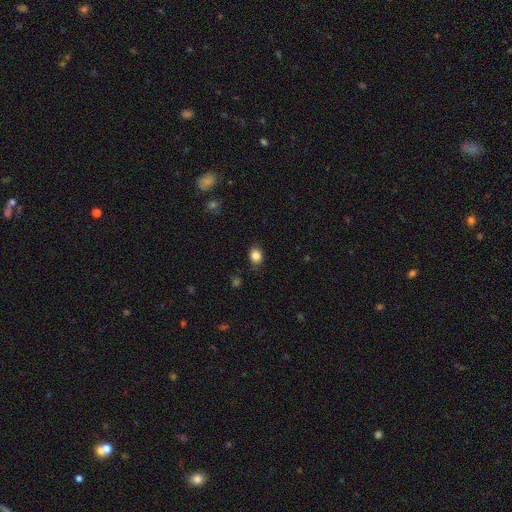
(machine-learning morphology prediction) smooth_or_featured: smooth (p=0.85) [alt: star or artifact p=0.10]
how_rounded: round (p=0.55) [alt: in between p=0.44]
merging: none (p=0.83) [alt: minor disturbance p=0.13]